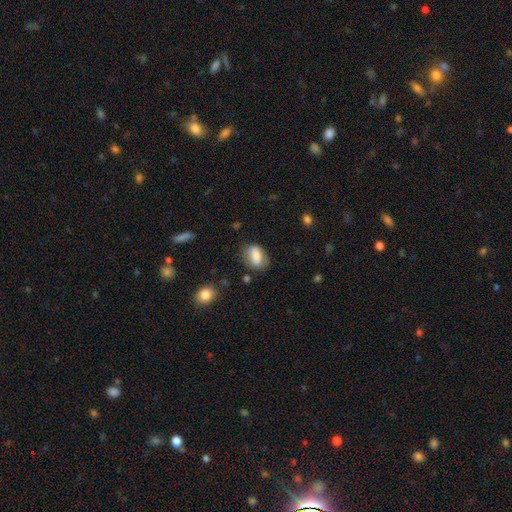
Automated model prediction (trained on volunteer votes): Overall: smooth (78%). How rounded: in between (82%). Merging: none (70%).